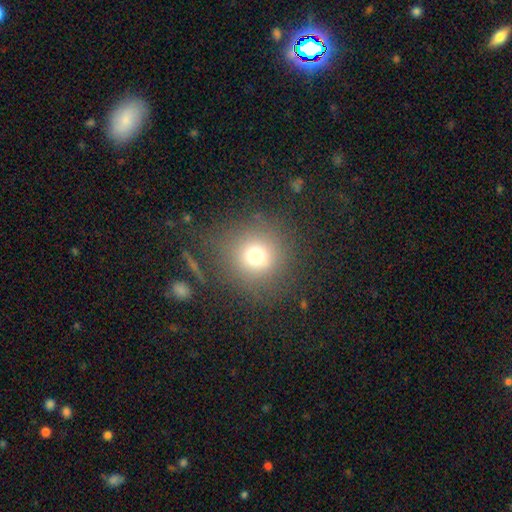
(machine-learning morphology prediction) smooth_or_featured: smooth (p=0.70) [alt: star or artifact p=0.19]
how_rounded: round (p=0.91) [alt: in between p=0.08]
merging: none (p=0.80) [alt: minor disturbance p=0.10]